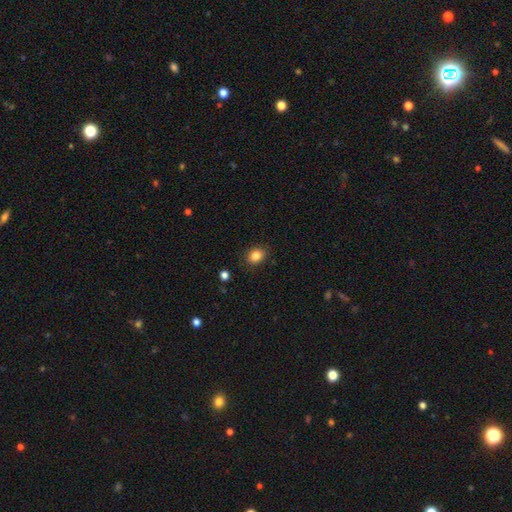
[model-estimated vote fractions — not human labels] This appears to be a smooth galaxy with no disk features (85%) that is in between round and cigar-shaped (52%). Merging: none (87%).